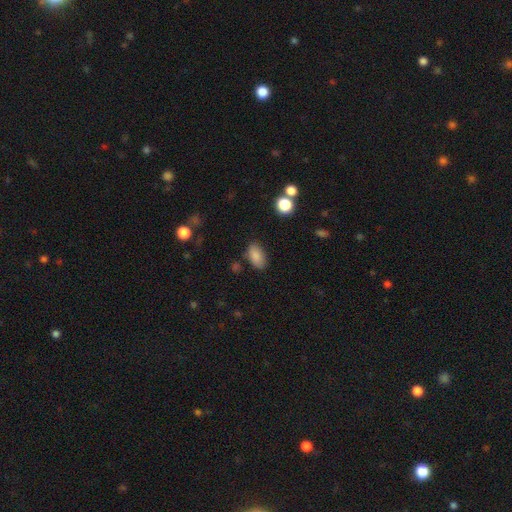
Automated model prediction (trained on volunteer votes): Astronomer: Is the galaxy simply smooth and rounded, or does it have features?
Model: smooth — 85%.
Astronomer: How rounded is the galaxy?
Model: in between — 92%.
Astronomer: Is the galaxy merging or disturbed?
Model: none — 79%.